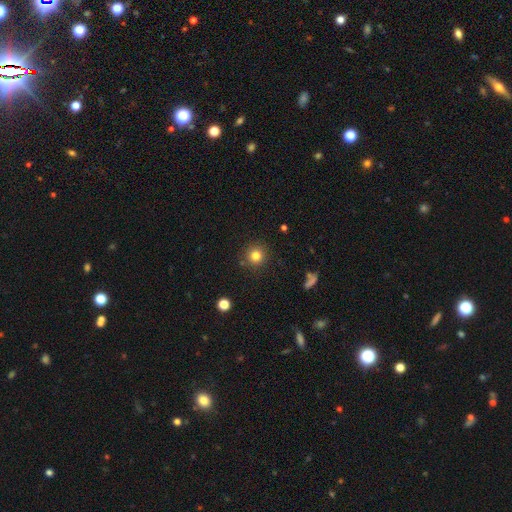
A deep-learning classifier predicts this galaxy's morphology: Overall: smooth (81%). How rounded: round (94%). Merging: none (88%).